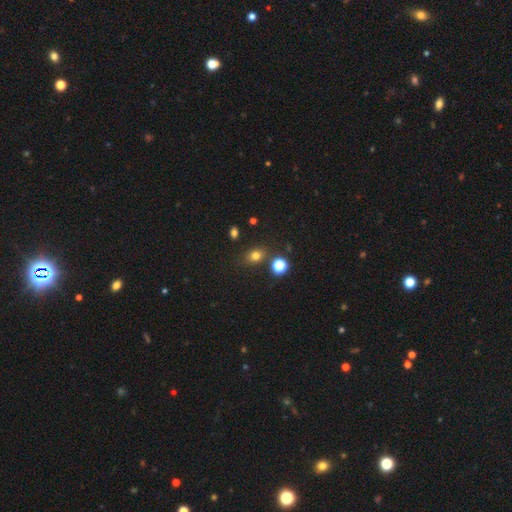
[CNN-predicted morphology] A smooth galaxy with no disk features (75%) that is round (49%, tied with in between). Merging: none (76%).